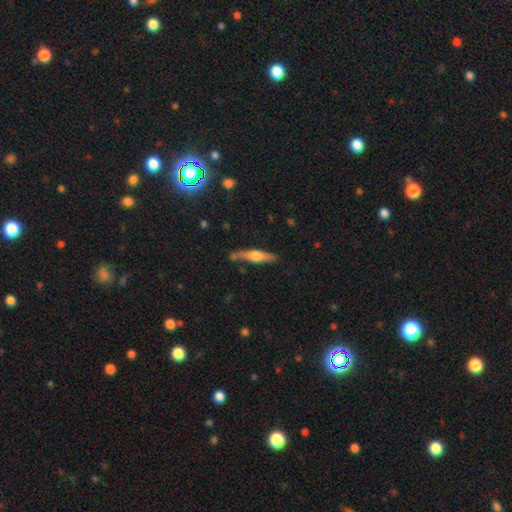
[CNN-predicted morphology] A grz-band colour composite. It shows a featured or disk galaxy (57%) viewed edge-on (94%) with a rounded central bulge (90%). Merging: none (75%).